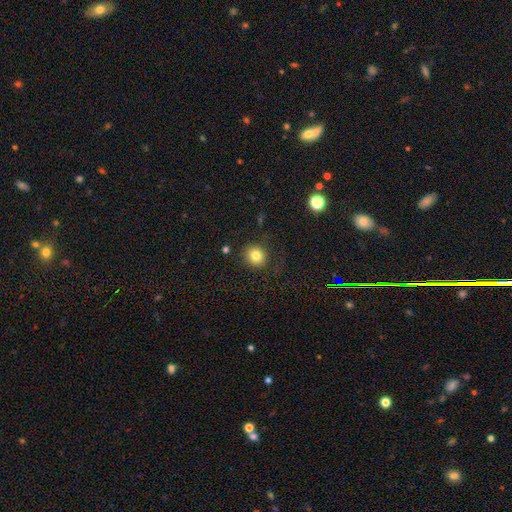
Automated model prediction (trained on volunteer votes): Smooth or featured? smooth (80%)
How rounded? round (84%)
Merging? none (82%)